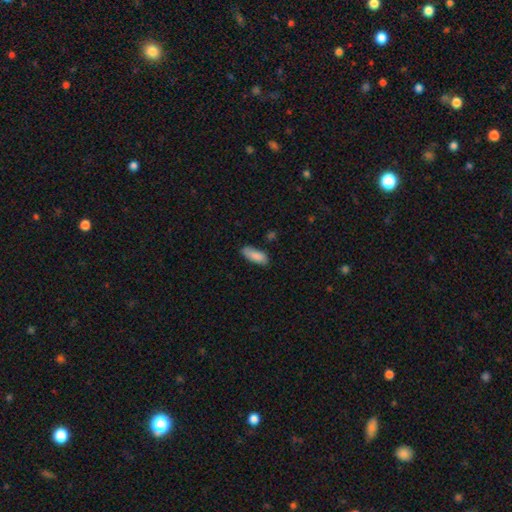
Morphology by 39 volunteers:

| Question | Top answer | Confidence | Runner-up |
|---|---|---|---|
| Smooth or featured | smooth | 90% | featured or disk (5%) |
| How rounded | in between | 83% | cigar-shaped (17%) |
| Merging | none | 65% | minor disturbance (27%) |